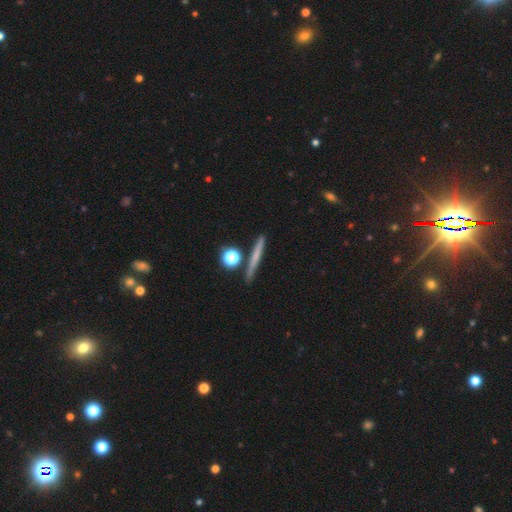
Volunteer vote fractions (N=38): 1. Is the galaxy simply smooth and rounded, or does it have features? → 66% smooth, 29% featured or disk, 5% star or artifact.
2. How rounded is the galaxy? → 84% cigar-shaped, 8% round, 8% in between.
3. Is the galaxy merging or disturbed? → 94% none, 3% major disturbance, 3% merger, 0% minor disturbance.